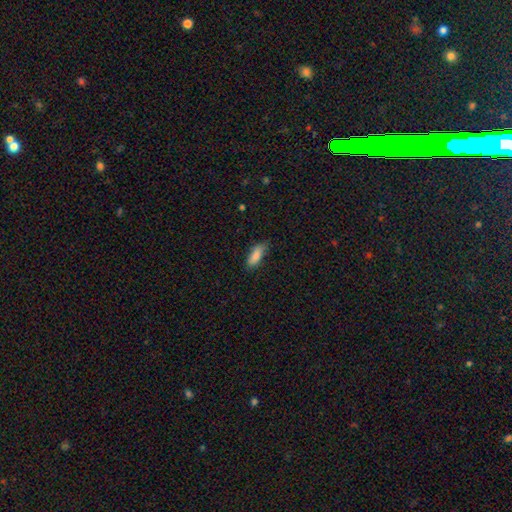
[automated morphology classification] Q: Smooth or featured?
A: smooth (86%); runner-up: featured or disk (7%)
Q: How rounded?
A: in between (70%); runner-up: cigar-shaped (28%)
Q: Merging?
A: none (70%); runner-up: minor disturbance (24%)